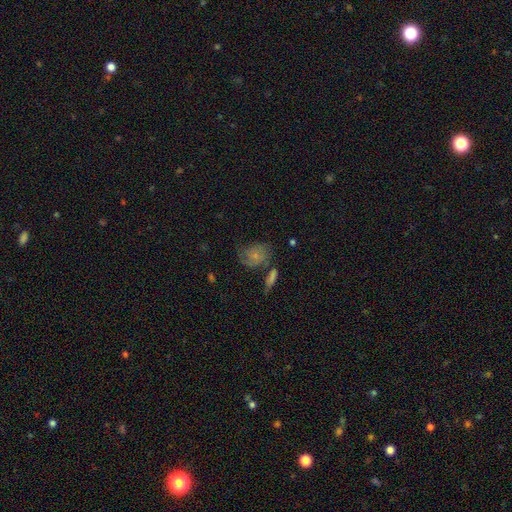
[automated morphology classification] This appears to be a smooth galaxy with no disk features (48%). Merging: none (45%).